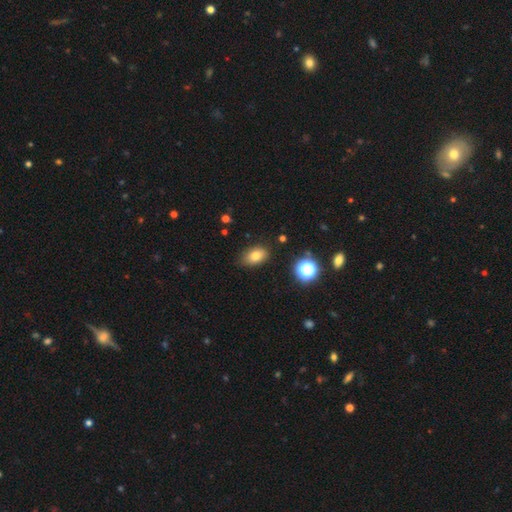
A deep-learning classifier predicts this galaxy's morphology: This is likely a smooth galaxy (78%). How rounded: clearly in between (86%). Merging: clearly none (82%).